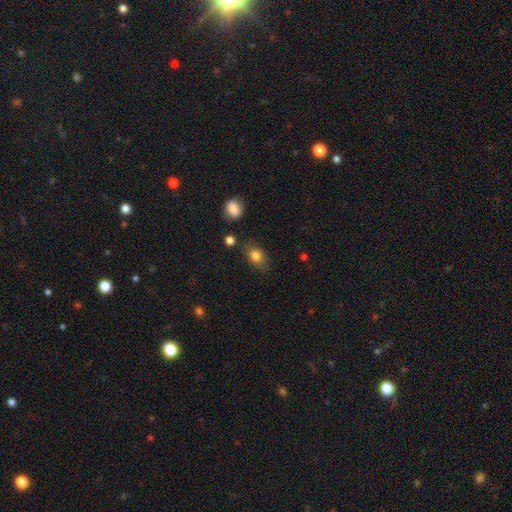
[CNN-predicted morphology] Q: Smooth or featured?
A: smooth (81%); runner-up: star or artifact (10%)
Q: How rounded?
A: in between (70%); runner-up: round (28%)
Q: Merging?
A: none (74%); runner-up: minor disturbance (17%)